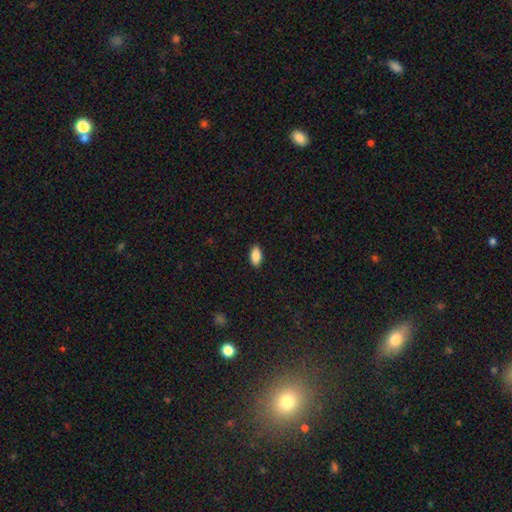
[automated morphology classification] Smooth or featured?
  - smooth: 87% *
  - star or artifact: 7%
  - featured or disk: 6%
How rounded?
  - in between: 92% *
  - cigar-shaped: 5%
  - round: 3%
Merging?
  - none: 89% *
  - minor disturbance: 8%
  - major disturbance: 2%
  - merger: 1%